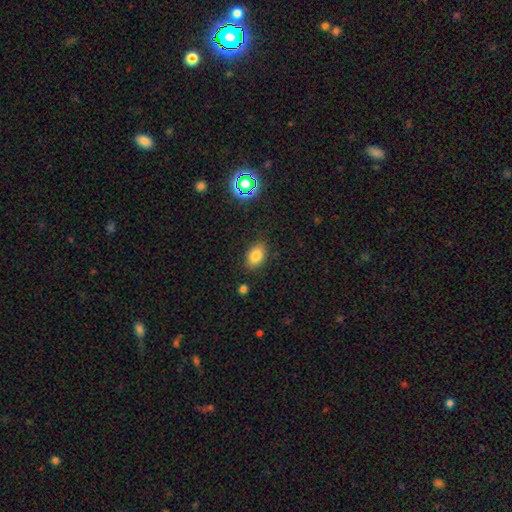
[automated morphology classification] smooth-or-featured: smooth: 80% | star or artifact: 12% | featured or disk: 8%
  how-rounded: in between: 82% | round: 16% | cigar-shaped: 2%
  merging: none: 84% | minor disturbance: 11% | major disturbance: 3% | merger: 2%